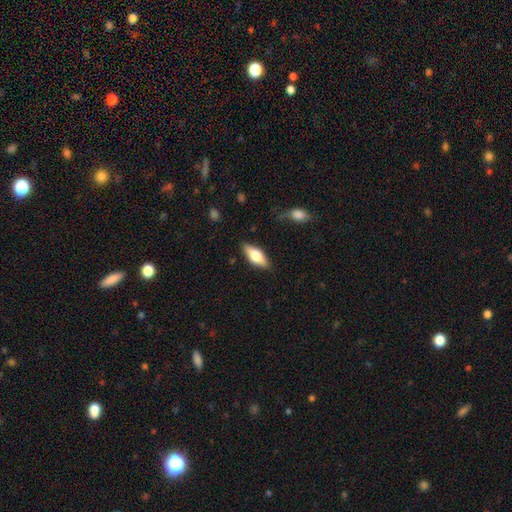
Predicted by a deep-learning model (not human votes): Smooth or featured? Predicted: smooth (p=0.58). How rounded? Predicted: in between (p=0.75). Merging? Predicted: none (p=0.85).